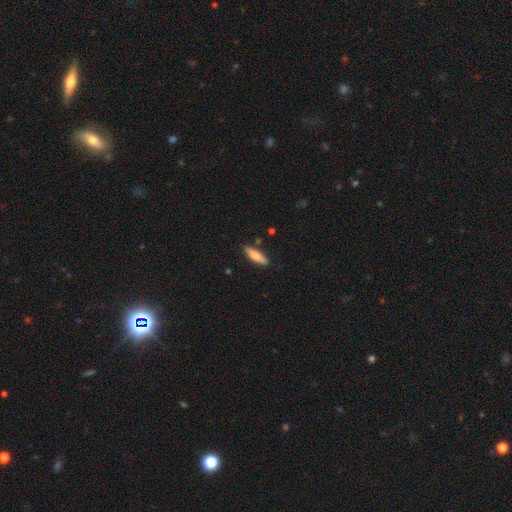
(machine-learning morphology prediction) type=smooth (78%); roundness=cigar-shaped (63%); merging=none (84%).